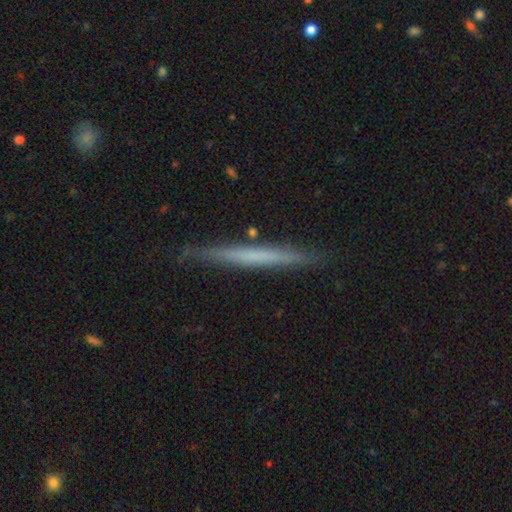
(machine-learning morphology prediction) Smooth or featured?
  - smooth: 48% *
  - featured or disk: 47%
  - star or artifact: 6%
Merging?
  - none: 88% *
  - minor disturbance: 9%
  - major disturbance: 2%
  - merger: 1%